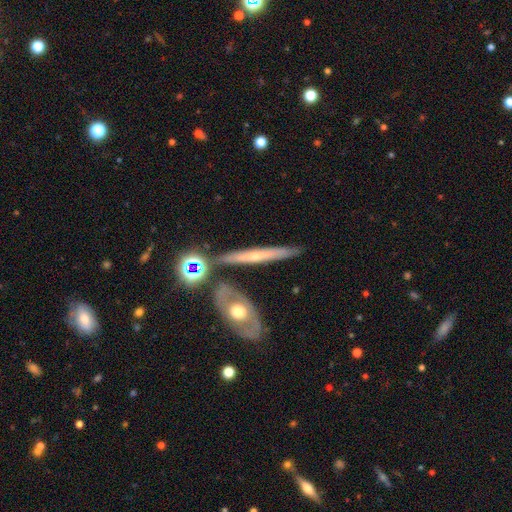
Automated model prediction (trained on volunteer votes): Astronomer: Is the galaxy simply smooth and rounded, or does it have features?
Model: featured or disk — 59%.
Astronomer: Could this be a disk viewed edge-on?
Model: yes — 86%.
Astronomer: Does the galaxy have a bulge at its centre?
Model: rounded — 66%.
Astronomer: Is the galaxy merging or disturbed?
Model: none — 79%.